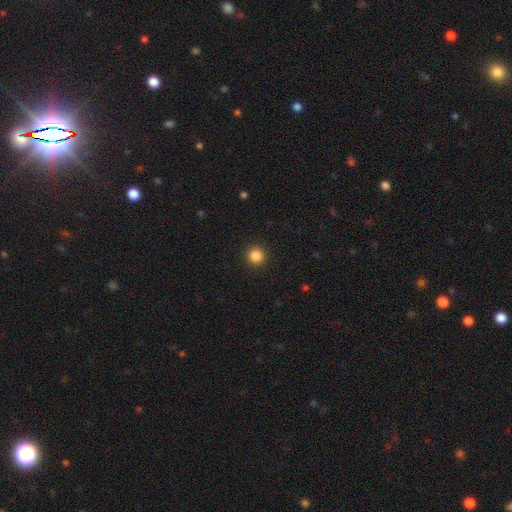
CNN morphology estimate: Overall: smooth (86%). How rounded: round (95%). Merging: none (93%).